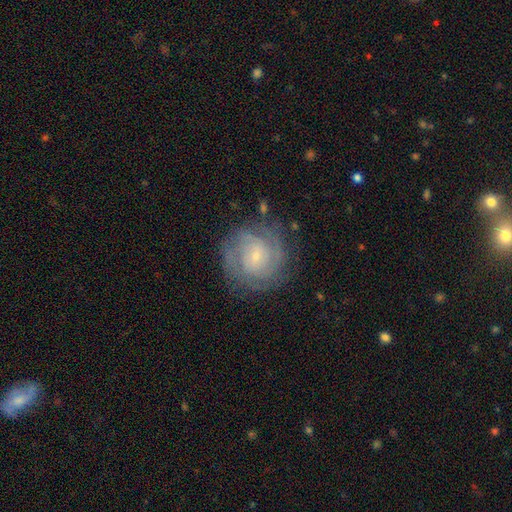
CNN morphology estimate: type=featured or disk (75%); edge-on=no (97%); bar=no (60%); spiral arms=yes (92%); winding=tight (69%); arm count=can't tell (36%); bulge=small (78%); merging=none (78%).